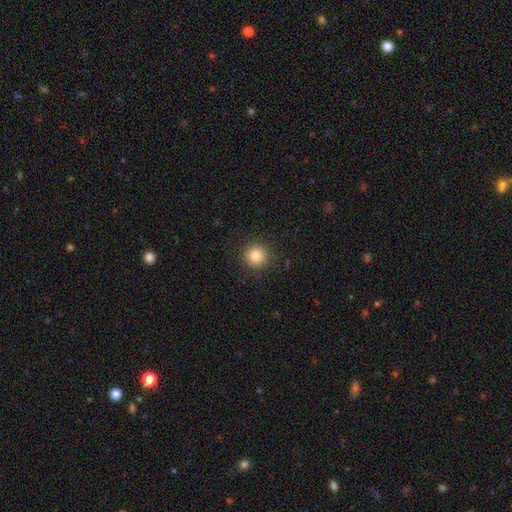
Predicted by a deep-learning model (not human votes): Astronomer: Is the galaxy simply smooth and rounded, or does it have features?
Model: smooth — 84%.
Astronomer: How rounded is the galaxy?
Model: round — 94%.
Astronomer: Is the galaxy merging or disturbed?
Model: none — 91%.